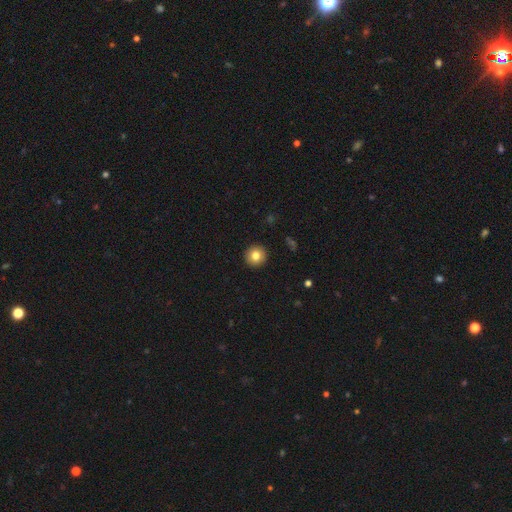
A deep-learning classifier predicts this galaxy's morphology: Smooth or featured?
  - smooth: 81% *
  - star or artifact: 10%
  - featured or disk: 9%
How rounded?
  - round: 96% *
  - in between: 3%
  - cigar-shaped: 1%
Merging?
  - none: 93% *
  - minor disturbance: 4%
  - major disturbance: 1%
  - merger: 1%